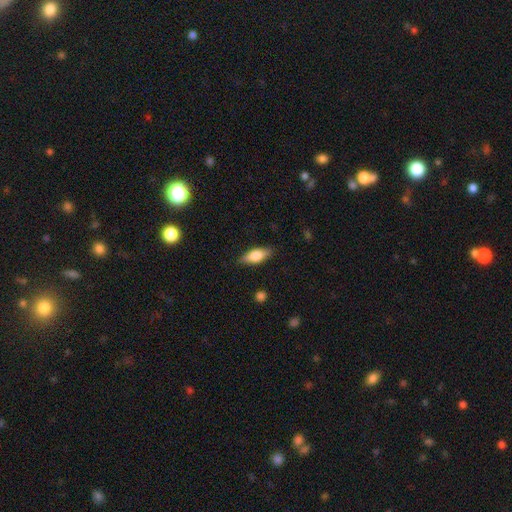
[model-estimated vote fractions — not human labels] A smooth galaxy with no disk features (71%) that is in between round and cigar-shaped (74%).

Vote fractions:
- Smooth or featured? smooth: 71% / featured or disk: 23% / star or artifact: 6%
- How rounded? in between: 74% / cigar-shaped: 23% / round: 3%
- Merging? none: 85% / minor disturbance: 11% / major disturbance: 3% / merger: 1%